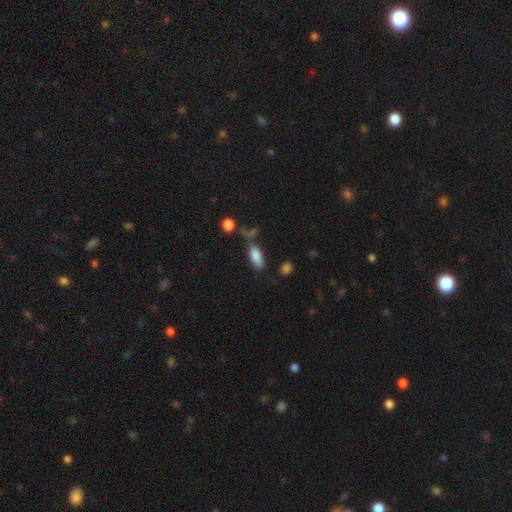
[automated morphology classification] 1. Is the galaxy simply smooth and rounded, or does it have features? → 82% smooth, 10% featured or disk, 8% star or artifact.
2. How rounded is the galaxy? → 79% in between, 18% cigar-shaped, 3% round.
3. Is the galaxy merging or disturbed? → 53% none, 20% minor disturbance, 16% merger, 10% major disturbance.